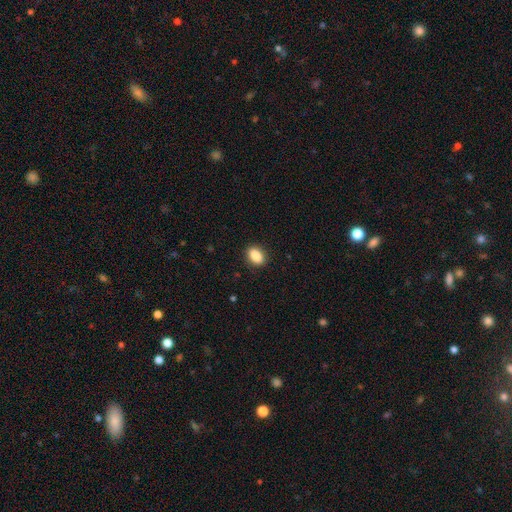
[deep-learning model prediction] A smooth galaxy with no disk features (87%) that is in between round and cigar-shaped (82%).

Vote fractions:
- Smooth or featured? smooth: 87% / star or artifact: 8% / featured or disk: 5%
- How rounded? in between: 82% / round: 16% / cigar-shaped: 2%
- Merging? none: 89% / minor disturbance: 8% / major disturbance: 2% / merger: 1%